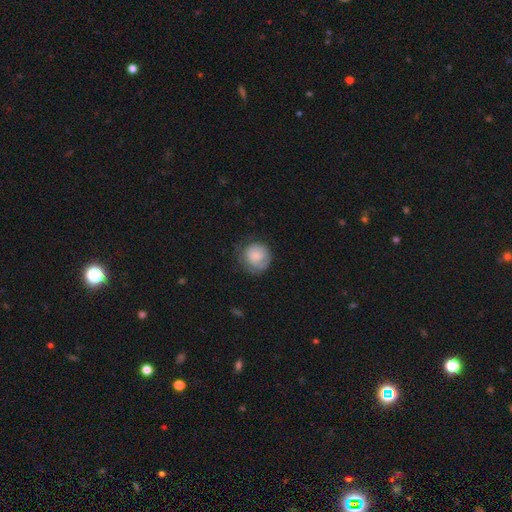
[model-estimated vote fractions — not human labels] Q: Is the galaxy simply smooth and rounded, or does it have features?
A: smooth — 72%.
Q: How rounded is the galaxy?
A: round — 87%.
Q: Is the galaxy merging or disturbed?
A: none — 61%.